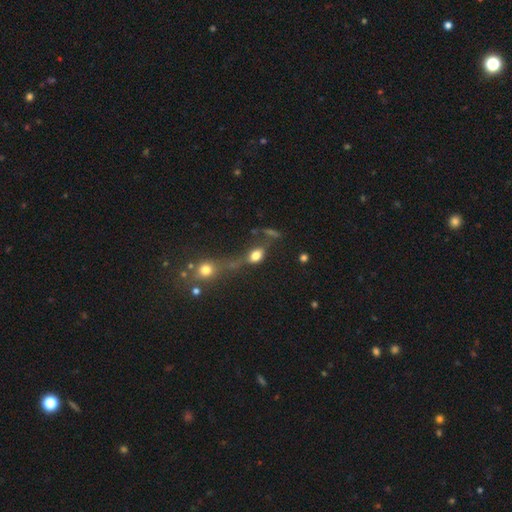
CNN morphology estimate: This is likely a smooth galaxy (71%). How rounded: likely in between (69%). Merging: marginally none (37%).